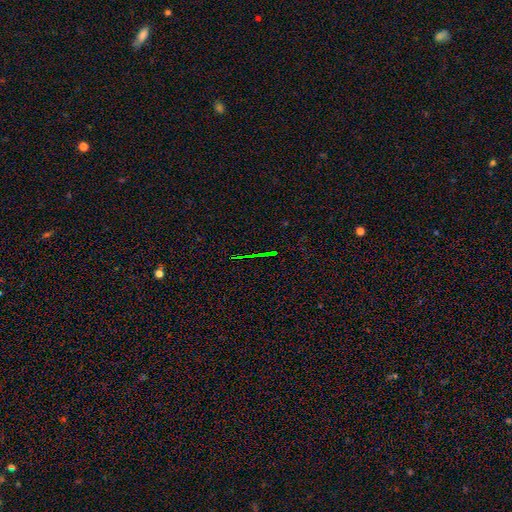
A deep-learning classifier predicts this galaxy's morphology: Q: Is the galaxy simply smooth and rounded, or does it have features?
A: star or artifact — 74%.